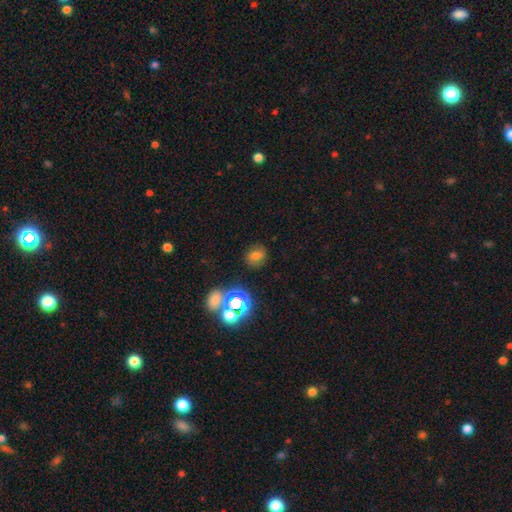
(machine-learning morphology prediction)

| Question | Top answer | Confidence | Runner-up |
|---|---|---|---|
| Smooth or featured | smooth | 66% | star or artifact (22%) |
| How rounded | round | 65% | in between (34%) |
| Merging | none | 80% | minor disturbance (12%) |